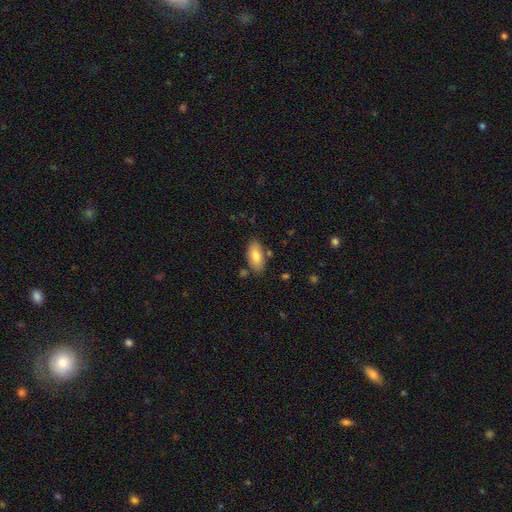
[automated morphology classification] Q: Smooth or featured?
A: smooth (81%); runner-up: featured or disk (12%)
Q: How rounded?
A: in between (91%); runner-up: cigar-shaped (6%)
Q: Merging?
A: none (79%); runner-up: minor disturbance (13%)